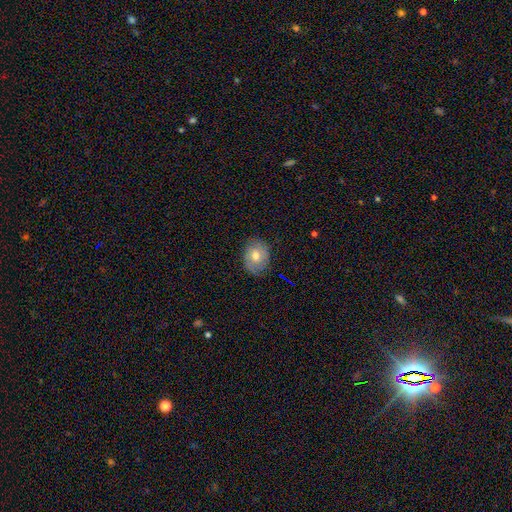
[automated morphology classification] smooth 64%, featured or disk 27%, star or artifact 9%. Down the decision tree: how rounded — in between (53%); merging — none (81%).